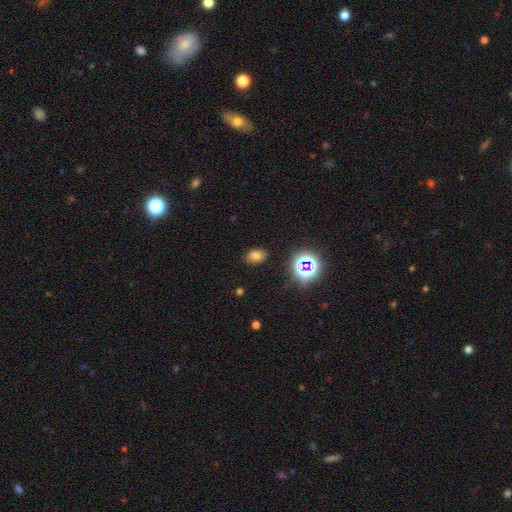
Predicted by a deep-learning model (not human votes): The model was most divided on "smooth or featured": smooth: 69%, star or artifact: 22%, featured or disk: 9%. More confident: merging — none (85%); how rounded — in between (81%).